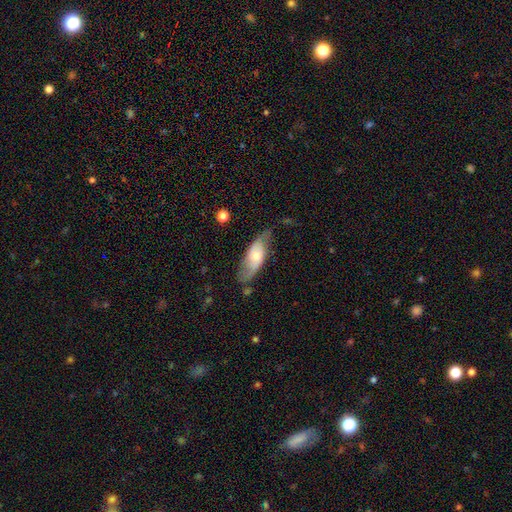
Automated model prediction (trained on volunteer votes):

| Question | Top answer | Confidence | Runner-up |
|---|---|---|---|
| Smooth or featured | featured or disk | 52% | smooth (42%) |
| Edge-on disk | no | 82% | yes (18%) |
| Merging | none | 56% | minor disturbance (28%) |